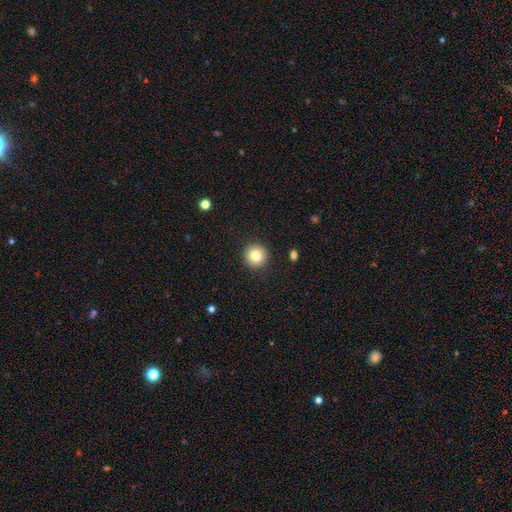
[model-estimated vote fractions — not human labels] smooth-or-featured: smooth: 82% | star or artifact: 10% | featured or disk: 8%
  how-rounded: round: 96% | in between: 3% | cigar-shaped: 1%
  merging: none: 92% | minor disturbance: 5% | major disturbance: 2% | merger: 1%